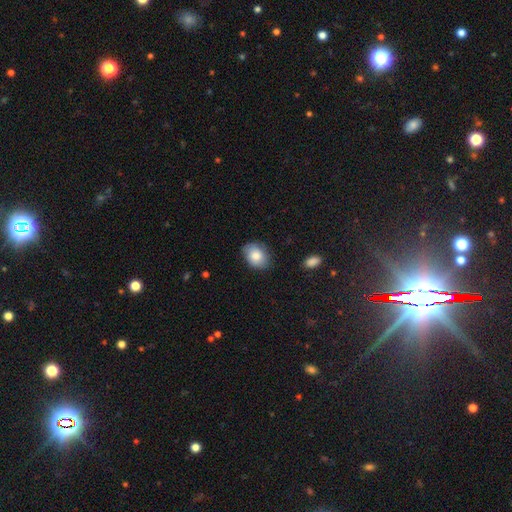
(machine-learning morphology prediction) smooth_or_featured: smooth (p=0.80) [alt: featured or disk p=0.13]
how_rounded: in between (p=0.64) [alt: round p=0.35]
merging: none (p=0.75) [alt: minor disturbance p=0.20]